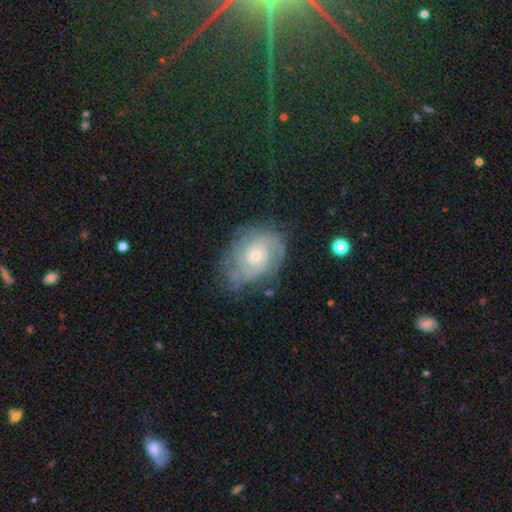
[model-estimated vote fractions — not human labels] This is clearly a featured or disk galaxy (83%). It is clearly not viewed edge-on (97%). Bar: likely no (74%). Spiral arm pattern: clearly yes (94%). Spiral arm count: marginally can't tell (34%). Spiral winding: likely tight (63%). Central bulge: possibly small (57%). Merging: likely none (67%).